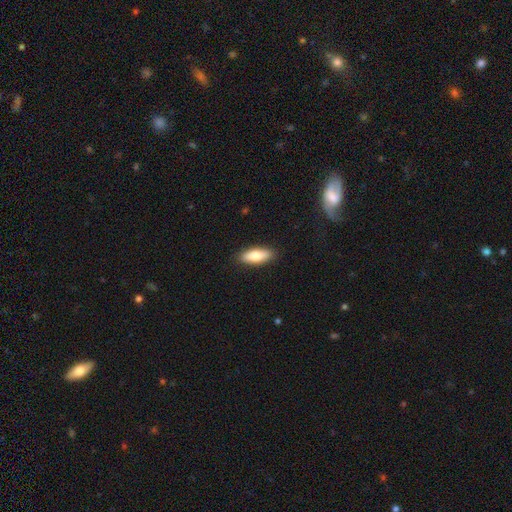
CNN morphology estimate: A smooth galaxy with no disk features (77%) that is in between round and cigar-shaped (70%). Merging: none (89%).